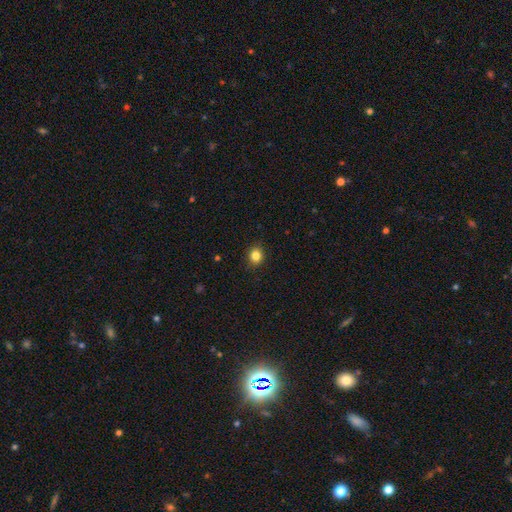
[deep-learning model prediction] Morphology: type=smooth (84%); roundness=round (72%); merging=none (89%).